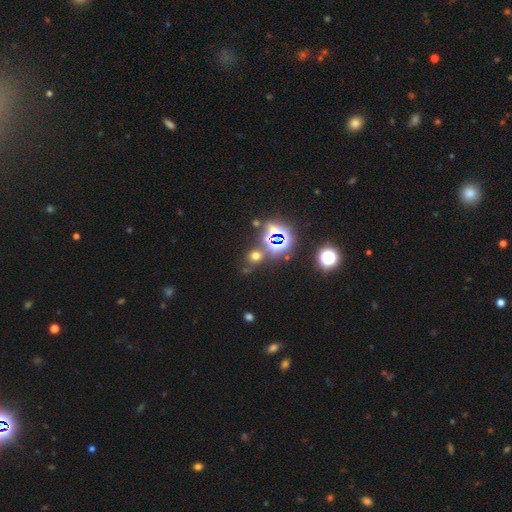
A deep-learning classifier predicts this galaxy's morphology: Smooth or featured: smooth — 48% (star or artifact — 44%)
Merging: none — 74% (minor disturbance — 10%)